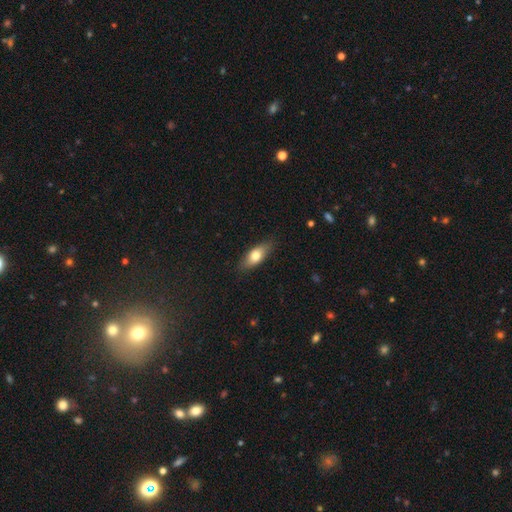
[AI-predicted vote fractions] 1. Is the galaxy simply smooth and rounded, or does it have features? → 70% smooth, 24% featured or disk, 6% star or artifact.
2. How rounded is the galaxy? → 74% in between, 22% cigar-shaped, 4% round.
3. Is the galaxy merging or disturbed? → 84% none, 13% minor disturbance, 2% major disturbance, 1% merger.